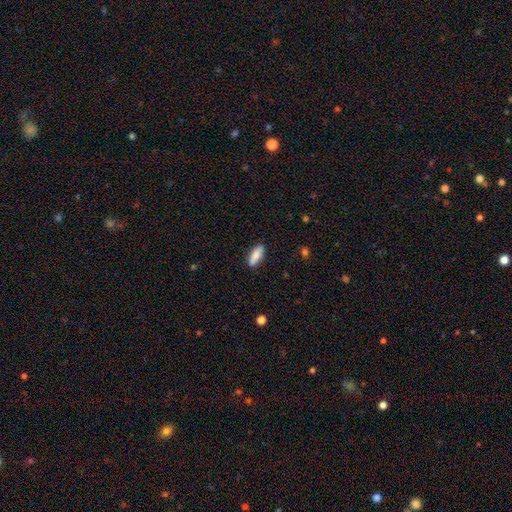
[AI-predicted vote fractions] smooth-or-featured: smooth: 83% | featured or disk: 11% | star or artifact: 6%
  how-rounded: in between: 66% | cigar-shaped: 32% | round: 2%
  merging: none: 87% | minor disturbance: 10% | major disturbance: 2% | merger: 1%